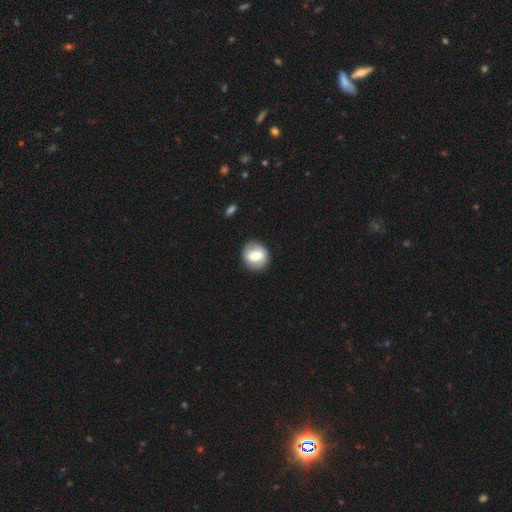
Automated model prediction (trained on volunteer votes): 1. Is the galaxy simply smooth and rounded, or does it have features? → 61% smooth, 32% featured or disk, 7% star or artifact.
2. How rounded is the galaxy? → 84% round, 15% in between, 1% cigar-shaped.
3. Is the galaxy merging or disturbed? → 86% none, 9% minor disturbance, 3% major disturbance, 1% merger.